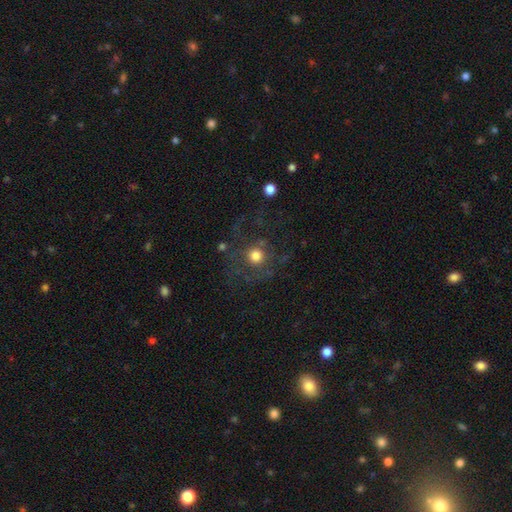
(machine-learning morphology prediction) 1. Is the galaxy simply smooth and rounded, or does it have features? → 58% smooth, 27% featured or disk, 15% star or artifact.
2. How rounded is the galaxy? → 91% round, 7% in between, 1% cigar-shaped.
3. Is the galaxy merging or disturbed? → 58% none, 24% major disturbance, 15% minor disturbance, 3% merger.